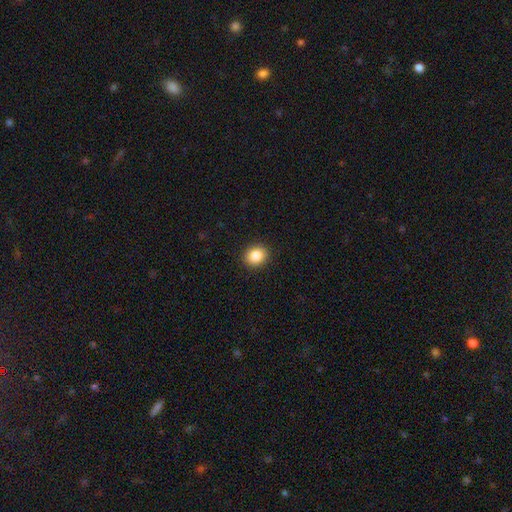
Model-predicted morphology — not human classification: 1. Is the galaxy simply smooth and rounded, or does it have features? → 85% smooth, 9% star or artifact, 5% featured or disk.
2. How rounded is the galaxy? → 69% round, 30% in between, 1% cigar-shaped.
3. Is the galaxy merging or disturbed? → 91% none, 6% minor disturbance, 2% major disturbance, 1% merger.